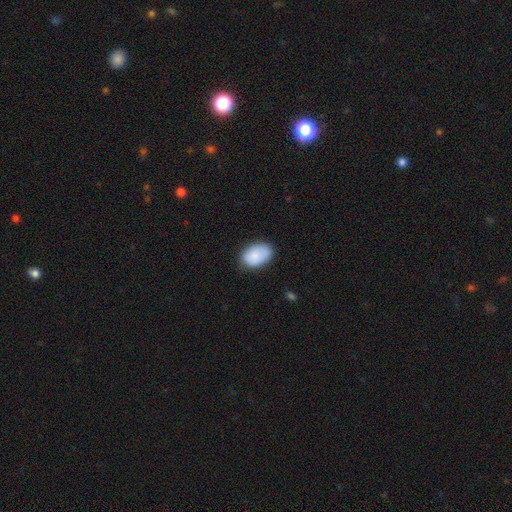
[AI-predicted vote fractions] Q: Smooth or featured?
A: smooth (87%); runner-up: featured or disk (7%)
Q: How rounded?
A: in between (88%); runner-up: round (11%)
Q: Merging?
A: none (76%); runner-up: minor disturbance (19%)